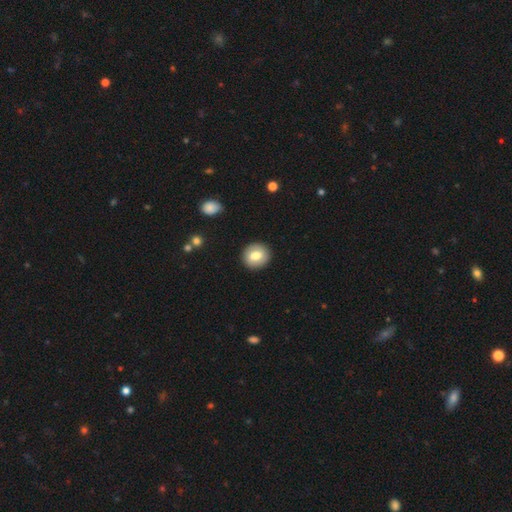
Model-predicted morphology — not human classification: Overall: smooth (73%). How rounded: round (84%). Merging: none (90%).